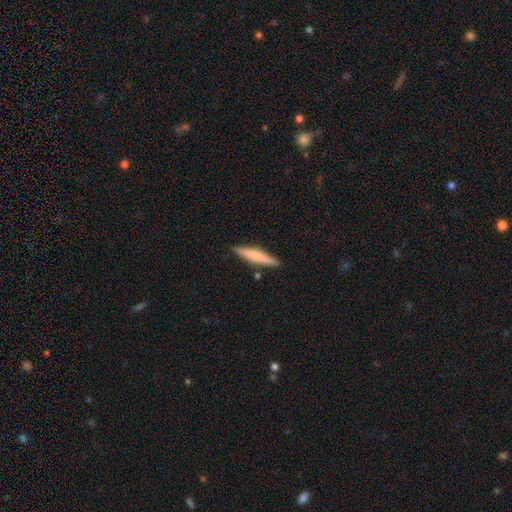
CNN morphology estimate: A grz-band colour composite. It shows a smooth galaxy with no disk features (66%) that is cigar-shaped (90%). Merging: none (87%).